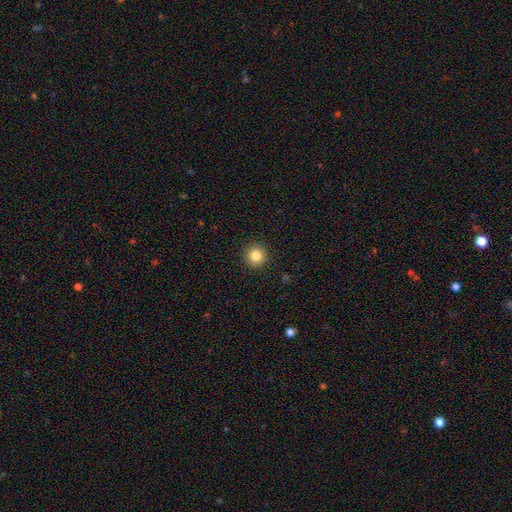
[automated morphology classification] Smooth or featured: smooth — 84% (star or artifact — 11%)
How rounded: round — 95% (in between — 4%)
Merging: none — 93% (minor disturbance — 5%)